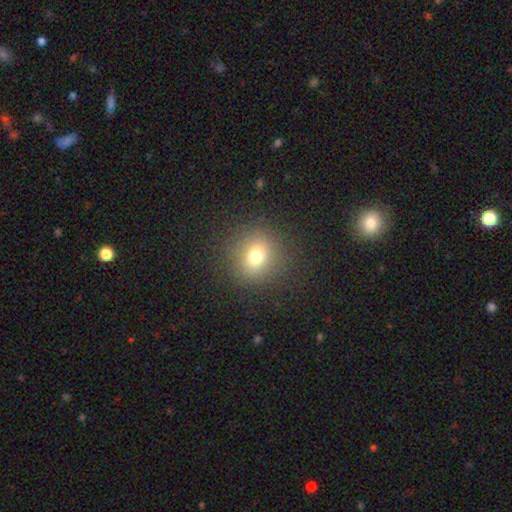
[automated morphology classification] This is likely a smooth galaxy (73%). How rounded: clearly round (85%). Merging: clearly none (88%).